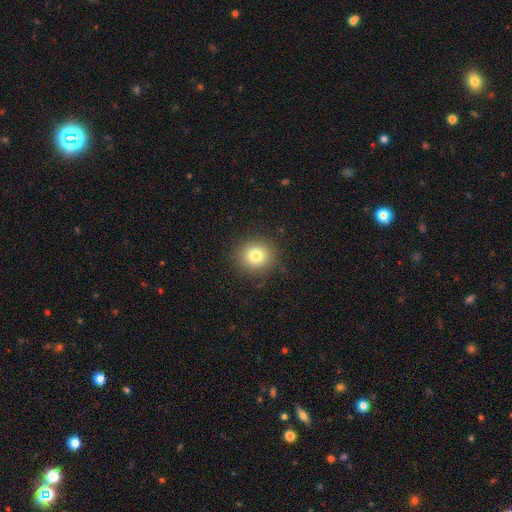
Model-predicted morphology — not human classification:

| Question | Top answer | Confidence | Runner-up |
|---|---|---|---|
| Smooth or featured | smooth | 80% | star or artifact (12%) |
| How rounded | round | 88% | in between (12%) |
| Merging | none | 89% | minor disturbance (8%) |